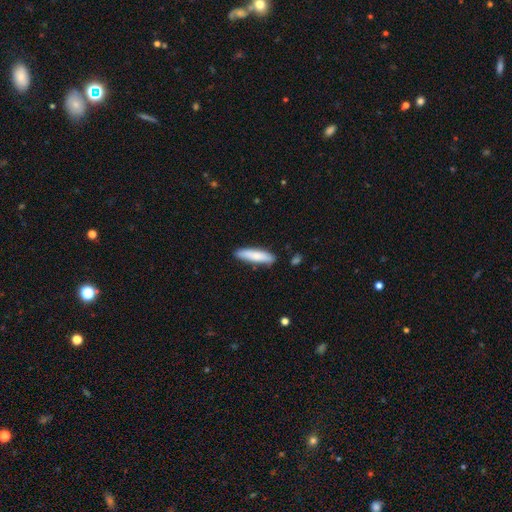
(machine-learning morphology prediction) Smooth or featured? smooth (80%)
How rounded? cigar-shaped (76%)
Merging? none (84%)